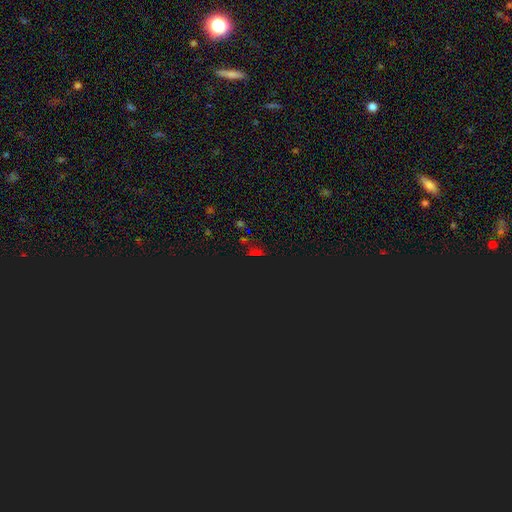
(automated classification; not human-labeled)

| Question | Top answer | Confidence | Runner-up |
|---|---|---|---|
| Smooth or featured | star or artifact | 76% | smooth (17%) |